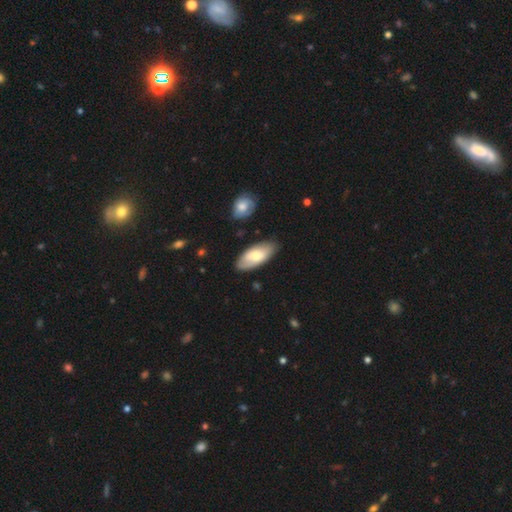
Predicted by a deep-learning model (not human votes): Smooth or featured?
  - smooth: 66% *
  - featured or disk: 28%
  - star or artifact: 5%
How rounded?
  - in between: 89% *
  - cigar-shaped: 9%
  - round: 2%
Merging?
  - none: 82% *
  - minor disturbance: 13%
  - merger: 3%
  - major disturbance: 2%